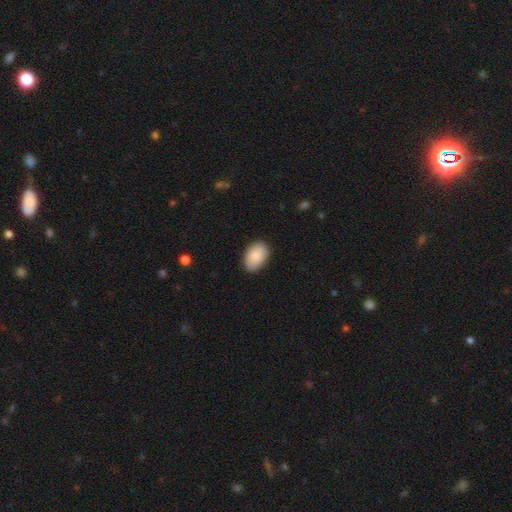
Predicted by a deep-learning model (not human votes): This is clearly a smooth galaxy (89%). How rounded: clearly in between (90%). Merging: clearly none (83%).